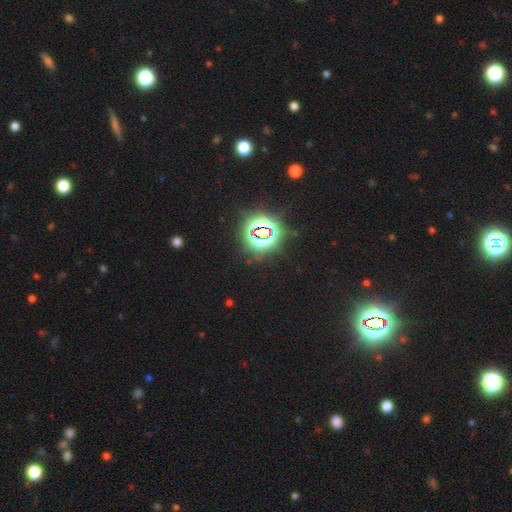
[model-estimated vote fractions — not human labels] A star or artifact, not a galaxy (83%).

Vote fractions:
- Smooth or featured? star or artifact: 83% / smooth: 11% / featured or disk: 6%